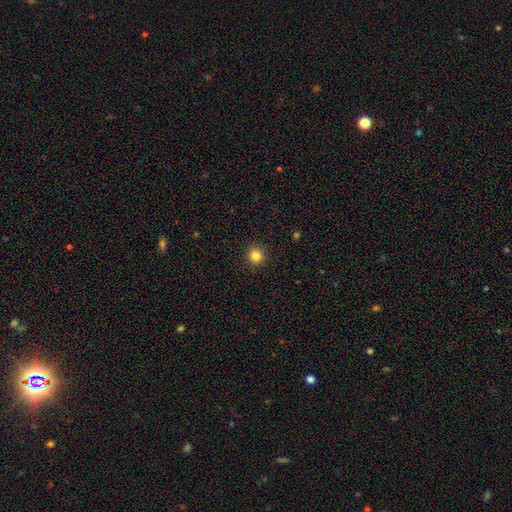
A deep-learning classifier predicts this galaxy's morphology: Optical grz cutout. It shows a smooth galaxy with no disk features (84%) that is round (94%). Merging: none (93%).